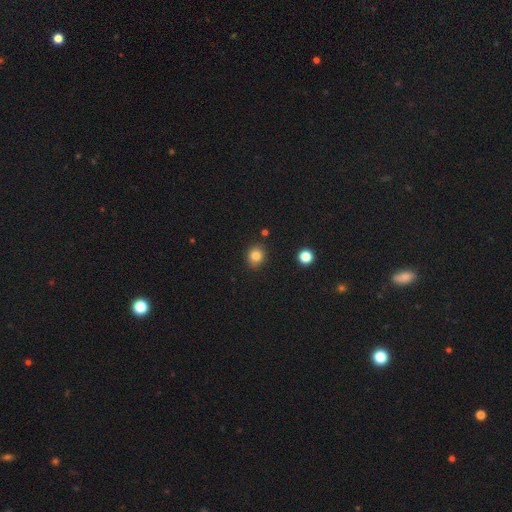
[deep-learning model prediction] The model was most divided on "how rounded": round: 79%, in between: 20%, cigar-shaped: 1%. More confident: merging — none (88%); smooth or featured — smooth (83%).